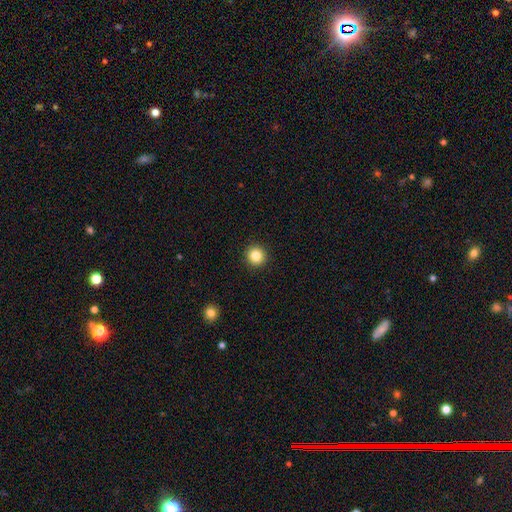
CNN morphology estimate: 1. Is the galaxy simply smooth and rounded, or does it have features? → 84% smooth, 11% star or artifact, 5% featured or disk.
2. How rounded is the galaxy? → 95% round, 4% in between, 1% cigar-shaped.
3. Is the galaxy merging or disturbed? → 93% none, 4% minor disturbance, 2% major disturbance, 1% merger.